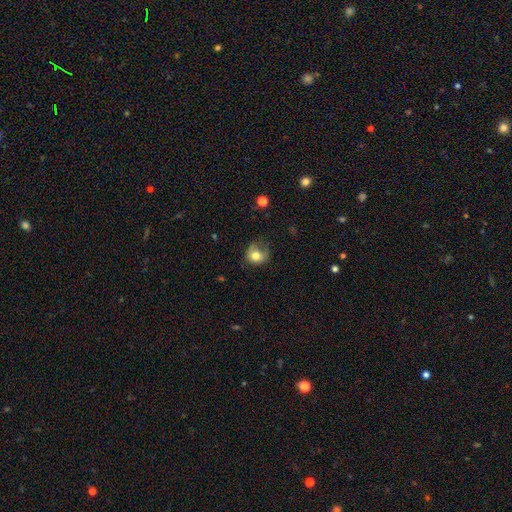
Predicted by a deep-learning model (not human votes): Smooth or featured? smooth (74%)
How rounded? round (66%)
Merging? none (38%)